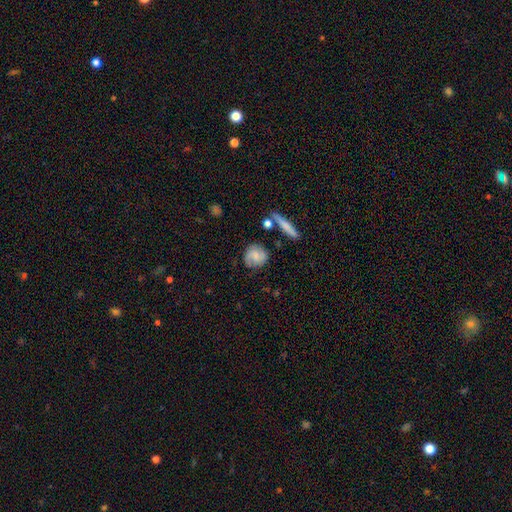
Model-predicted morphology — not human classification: This appears to be a featured or disk galaxy (51%). Merging: none (75%).